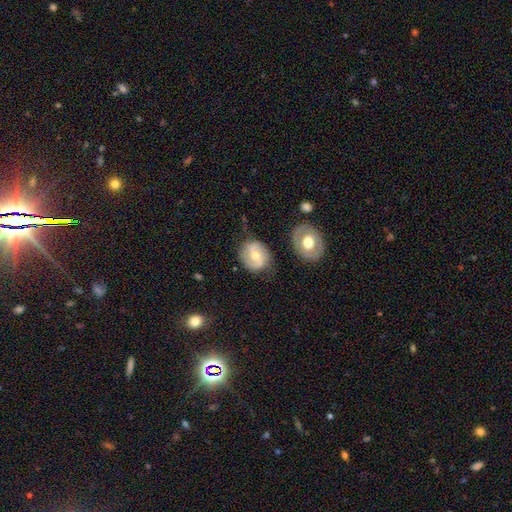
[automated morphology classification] Smooth or featured? Predicted: featured or disk (p=0.65). Edge-on disk? Predicted: no (p=0.97). Bar? Predicted: weak (p=0.44). Spiral arms? Predicted: yes (p=0.86). Spiral winding? Predicted: medium (p=0.46). Spiral arm count? Predicted: 2 (p=0.87). Bulge size? Predicted: moderate (p=0.64). Merging? Predicted: none (p=0.73).